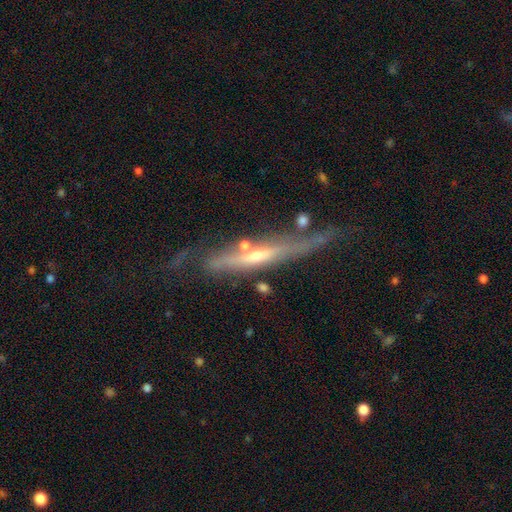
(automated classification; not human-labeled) Q: Smooth or featured?
A: featured or disk (79%); runner-up: smooth (14%)
Q: Edge-on disk?
A: yes (87%); runner-up: no (13%)
Q: Edge-on bulge?
A: rounded (61%); runner-up: none (33%)
Q: Merging?
A: none (60%); runner-up: minor disturbance (24%)